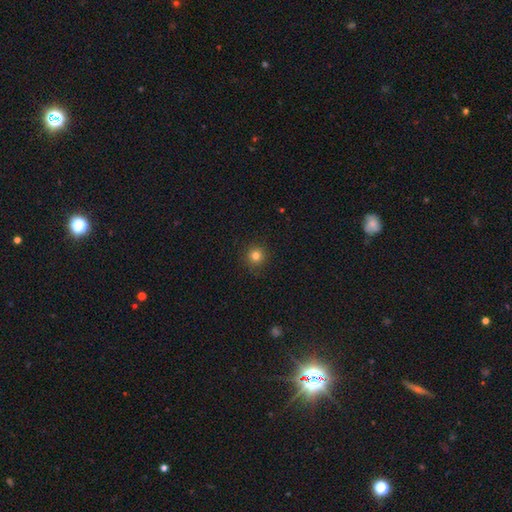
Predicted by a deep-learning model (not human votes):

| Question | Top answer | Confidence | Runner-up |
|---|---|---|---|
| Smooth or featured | smooth | 81% | star or artifact (14%) |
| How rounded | round | 94% | in between (5%) |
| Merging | none | 90% | minor disturbance (7%) |